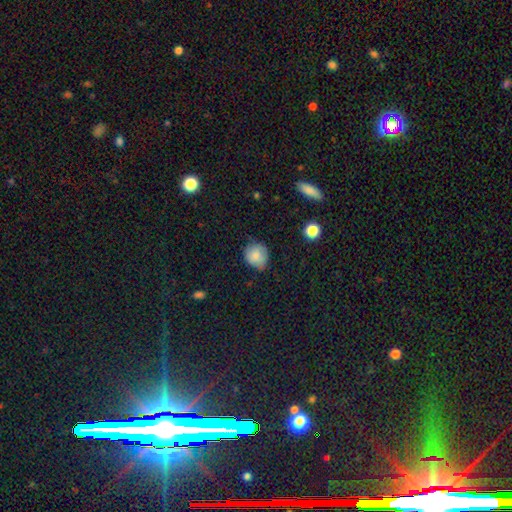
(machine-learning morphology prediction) The model was most divided on "merging": none: 65%, minor disturbance: 28%, major disturbance: 5%, merger: 1%. More confident: smooth or featured — smooth (82%); how rounded — round (79%).